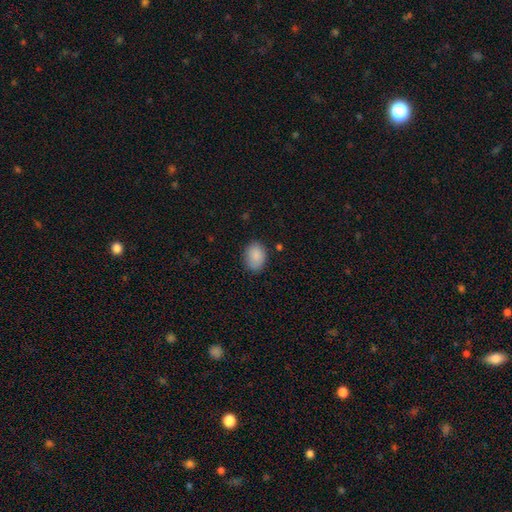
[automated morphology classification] Smooth or featured? Predicted: smooth (p=0.88). How rounded? Predicted: in between (p=0.74). Merging? Predicted: none (p=0.80).